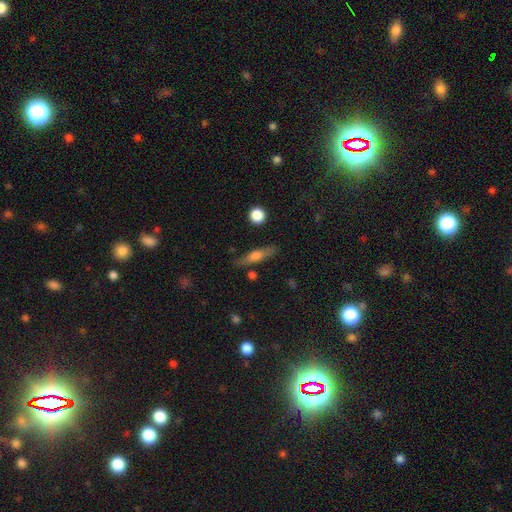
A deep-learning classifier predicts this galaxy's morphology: type=smooth (49%); merging=none (81%).